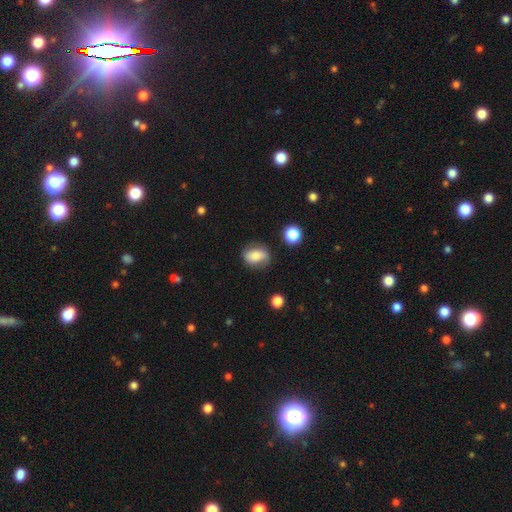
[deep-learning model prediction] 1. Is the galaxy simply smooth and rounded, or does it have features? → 70% smooth, 21% featured or disk, 9% star or artifact.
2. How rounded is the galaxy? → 66% in between, 32% round, 2% cigar-shaped.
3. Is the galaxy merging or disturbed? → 70% none, 21% minor disturbance, 6% major disturbance, 2% merger.